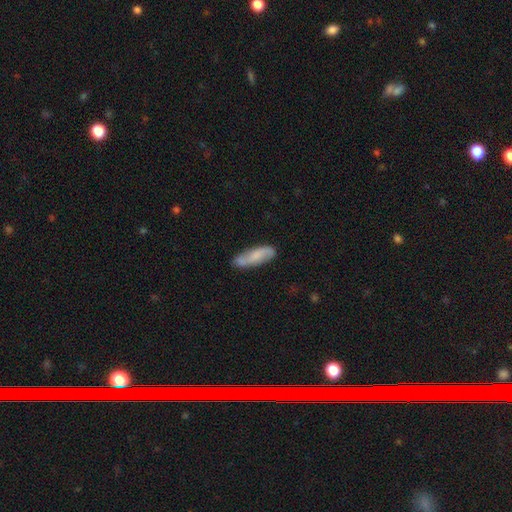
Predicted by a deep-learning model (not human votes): Smooth or featured: smooth — 57% (featured or disk — 37%)
How rounded: cigar-shaped — 55% (in between — 43%)
Merging: none — 71% (minor disturbance — 20%)